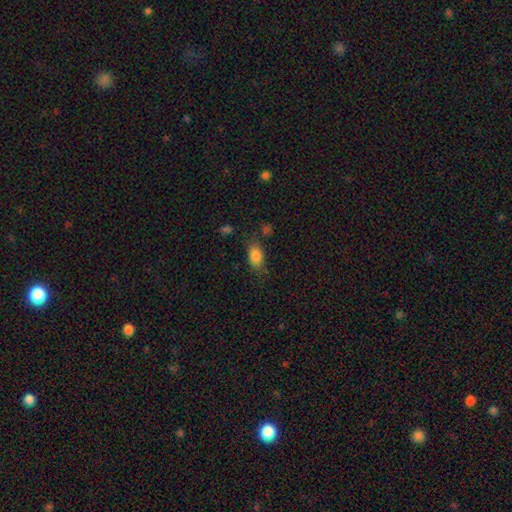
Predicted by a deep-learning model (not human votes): This is clearly a smooth galaxy (83%). How rounded: clearly in between (87%). Merging: likely none (73%).